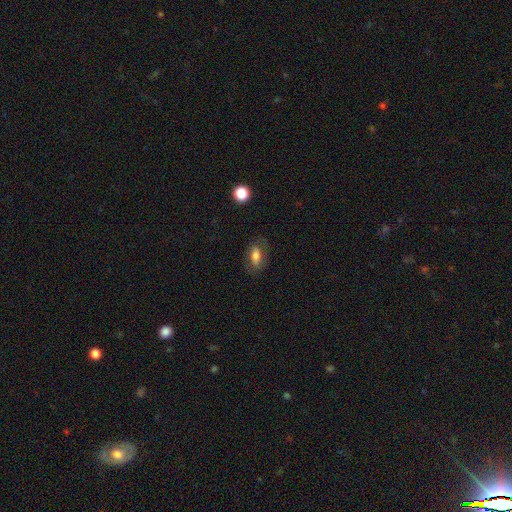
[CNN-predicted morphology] smooth_or_featured: smooth (p=0.68) [alt: featured or disk p=0.23]
how_rounded: in between (p=0.87) [alt: round p=0.08]
merging: none (p=0.72) [alt: minor disturbance p=0.18]